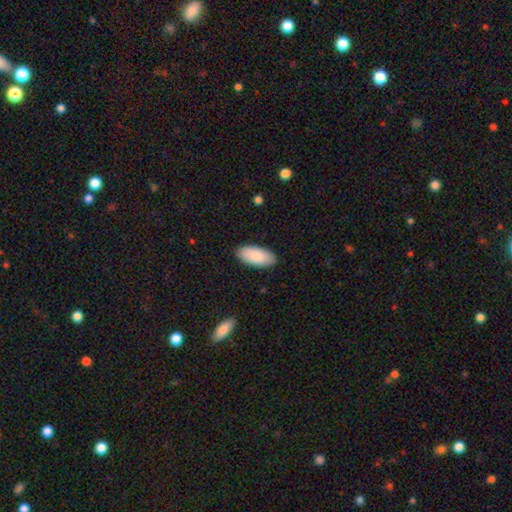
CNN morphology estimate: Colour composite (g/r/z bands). It shows a smooth galaxy with no disk features (88%) that is in between round and cigar-shaped (93%). Merging: none (89%).